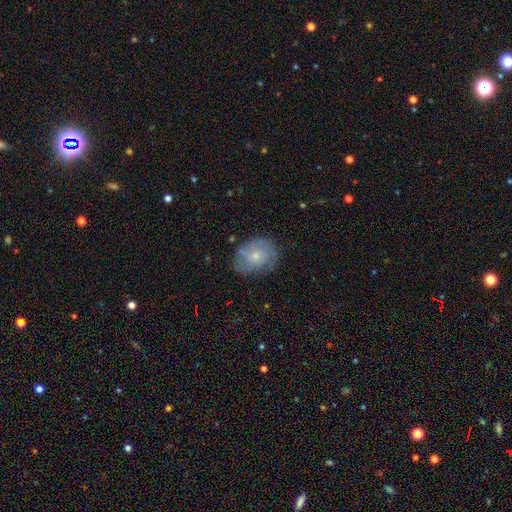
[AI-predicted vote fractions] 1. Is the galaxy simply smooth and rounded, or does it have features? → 48% featured or disk, 44% smooth, 8% star or artifact.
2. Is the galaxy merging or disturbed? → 67% none, 22% minor disturbance, 8% major disturbance, 2% merger.